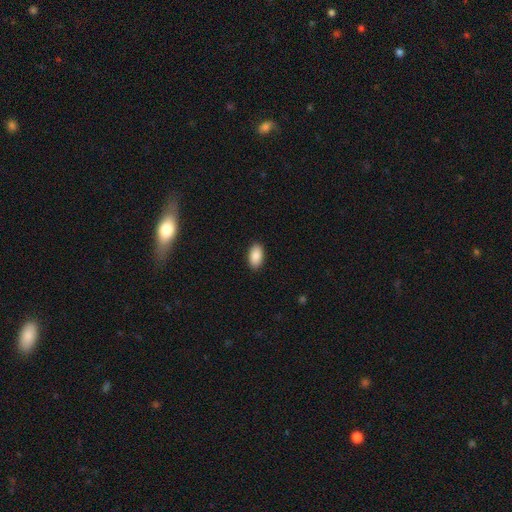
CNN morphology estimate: smooth-or-featured: smooth: 89% | star or artifact: 7% | featured or disk: 4%
  how-rounded: in between: 94% | round: 3% | cigar-shaped: 2%
  merging: none: 90% | minor disturbance: 7% | major disturbance: 2% | merger: 1%